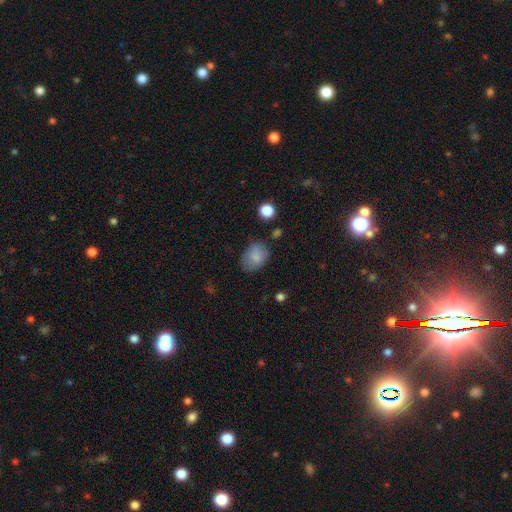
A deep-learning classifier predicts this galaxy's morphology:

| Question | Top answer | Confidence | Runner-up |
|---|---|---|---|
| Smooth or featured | smooth | 82% | featured or disk (9%) |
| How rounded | in between | 74% | round (25%) |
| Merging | none | 68% | minor disturbance (22%) |